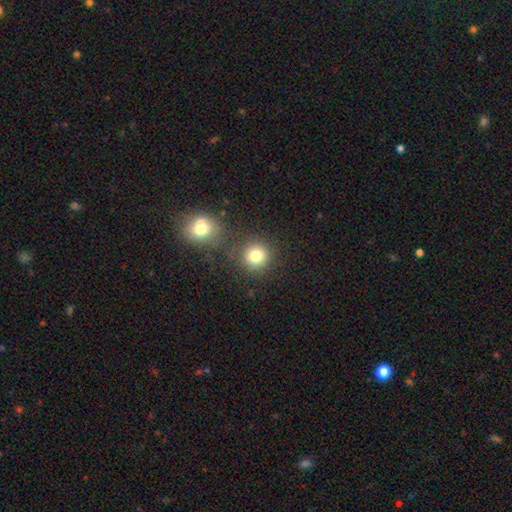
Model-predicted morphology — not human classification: Smooth or featured? Predicted: smooth (p=0.80). How rounded? Predicted: round (p=0.89). Merging? Predicted: none (p=0.75).